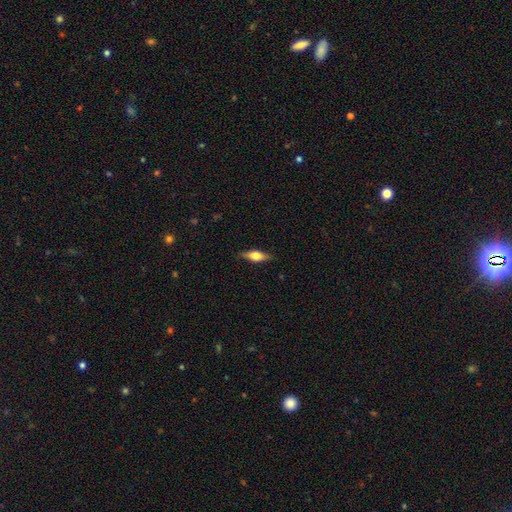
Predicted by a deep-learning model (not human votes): smooth 52%, featured or disk 42%, star or artifact 7%. Down the decision tree: how rounded — in between (64%); merging — none (83%).